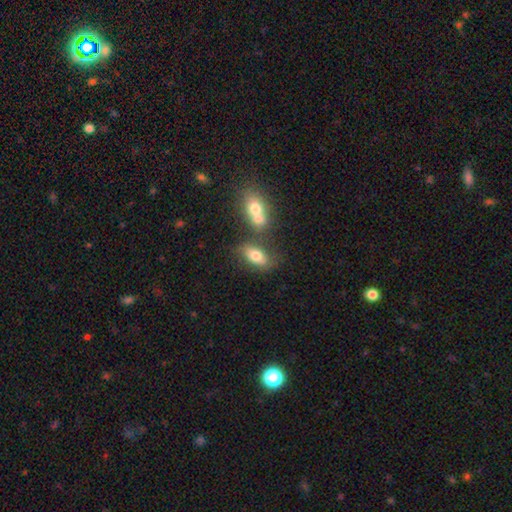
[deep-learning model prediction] Smooth or featured? smooth (75%)
How rounded? in between (86%)
Merging? none (57%)